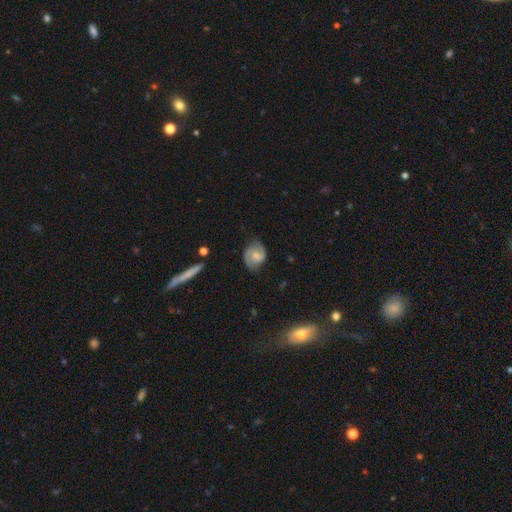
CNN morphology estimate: smooth_or_featured: featured or disk (p=0.54) [alt: smooth p=0.38]
disk_edge_on: no (p=0.96) [alt: yes p=0.04]
bar: no (p=0.51) [alt: weak p=0.40]
has_spiral_arms: yes (p=0.90) [alt: no p=0.10]
bulge_size: moderate (p=0.41) [alt: small p=0.33]
merging: none (p=0.71) [alt: minor disturbance p=0.22]